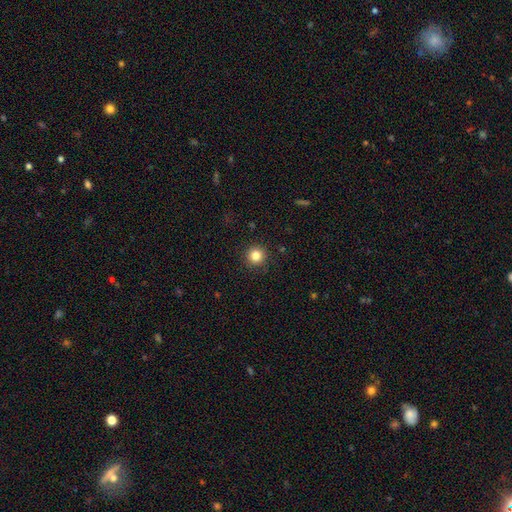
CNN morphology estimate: This appears to be a smooth galaxy with no disk features (83%) that is round (95%). Merging: none (92%).